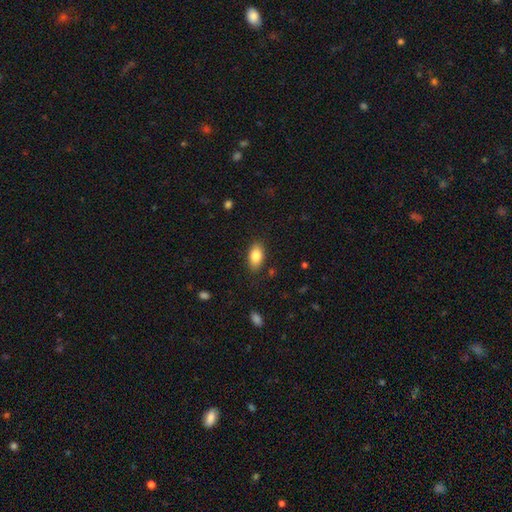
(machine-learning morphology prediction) This is clearly a smooth galaxy (84%). How rounded: clearly in between (91%). Merging: clearly none (84%).